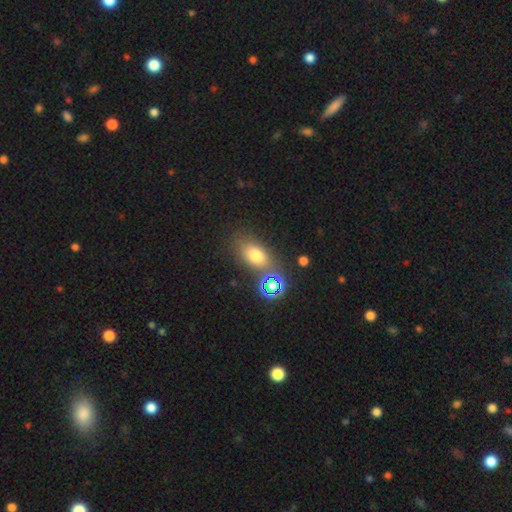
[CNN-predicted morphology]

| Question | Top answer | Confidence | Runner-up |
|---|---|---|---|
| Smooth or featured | smooth | 69% | star or artifact (18%) |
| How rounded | in between | 76% | round (20%) |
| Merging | none | 71% | minor disturbance (14%) |